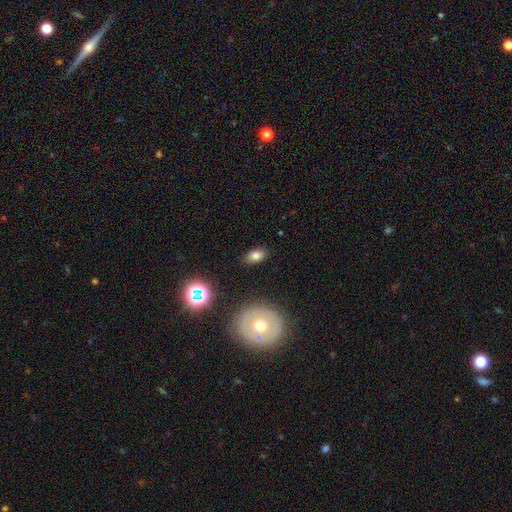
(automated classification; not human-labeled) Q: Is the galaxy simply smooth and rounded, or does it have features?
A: smooth — 76%.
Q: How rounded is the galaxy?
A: in between — 89%.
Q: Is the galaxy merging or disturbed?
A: none — 84%.